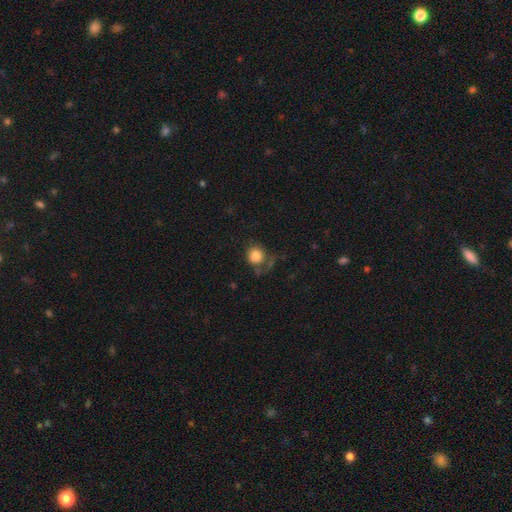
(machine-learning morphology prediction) Smooth or featured? Predicted: smooth (p=0.82). How rounded? Predicted: round (p=0.84). Merging? Predicted: none (p=0.55).